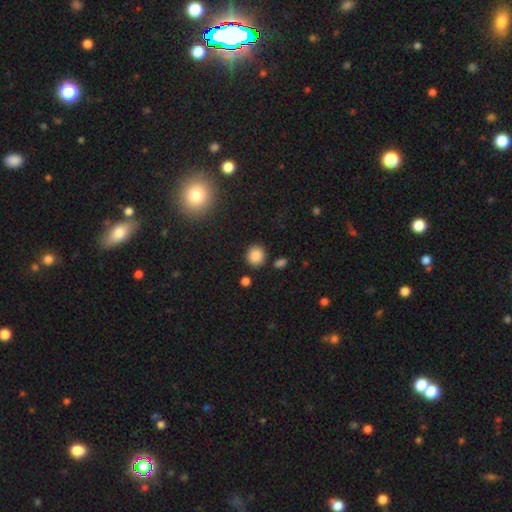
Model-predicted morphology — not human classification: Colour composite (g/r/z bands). It shows a smooth galaxy with no disk features (85%) that is round (86%). Merging: none (85%).